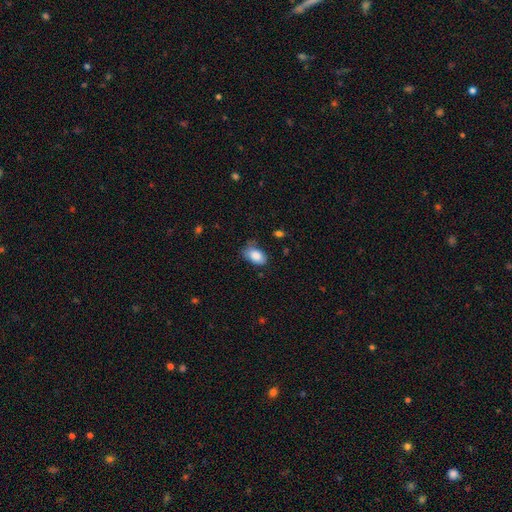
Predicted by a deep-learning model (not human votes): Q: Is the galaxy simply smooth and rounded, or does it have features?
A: smooth — 86%.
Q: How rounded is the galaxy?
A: in between — 91%.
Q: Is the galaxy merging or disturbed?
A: none — 61%.